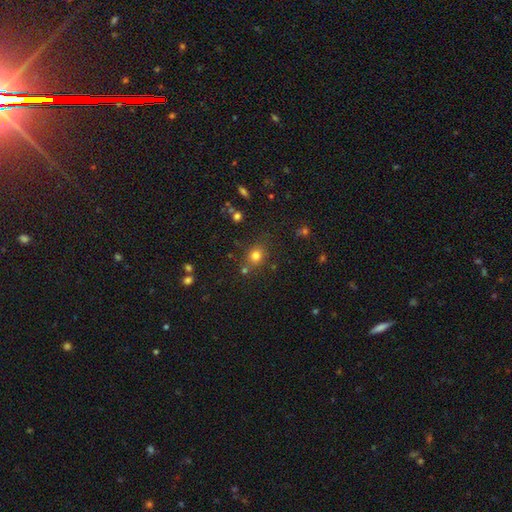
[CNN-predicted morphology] smooth-or-featured: smooth: 75% | star or artifact: 17% | featured or disk: 8%
  how-rounded: round: 72% | in between: 27% | cigar-shaped: 1%
  merging: none: 74% | minor disturbance: 12% | merger: 9% | major disturbance: 4%